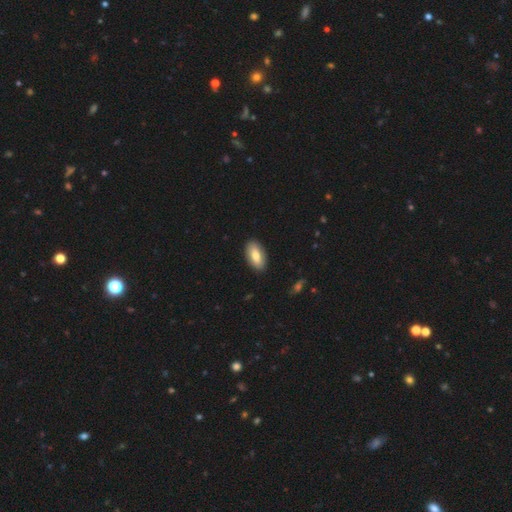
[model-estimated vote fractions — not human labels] Overall: smooth (79%). How rounded: in between (92%). Merging: none (89%).